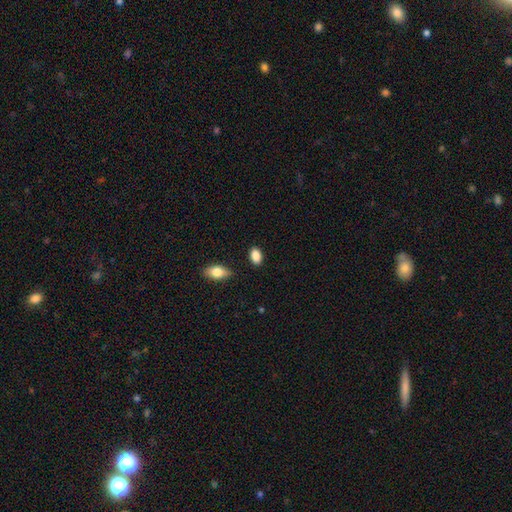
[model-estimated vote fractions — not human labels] A smooth galaxy with no disk features (88%) that is in between round and cigar-shaped (88%).

Vote fractions:
- Smooth or featured? smooth: 88% / star or artifact: 8% / featured or disk: 5%
- How rounded? in between: 88% / round: 10% / cigar-shaped: 2%
- Merging? none: 85% / minor disturbance: 10% / major disturbance: 2% / merger: 2%